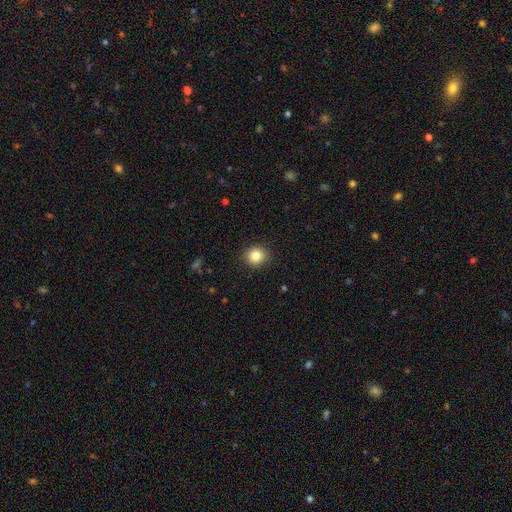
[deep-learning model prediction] Morphology: type=smooth (84%); roundness=round (85%); merging=none (91%).